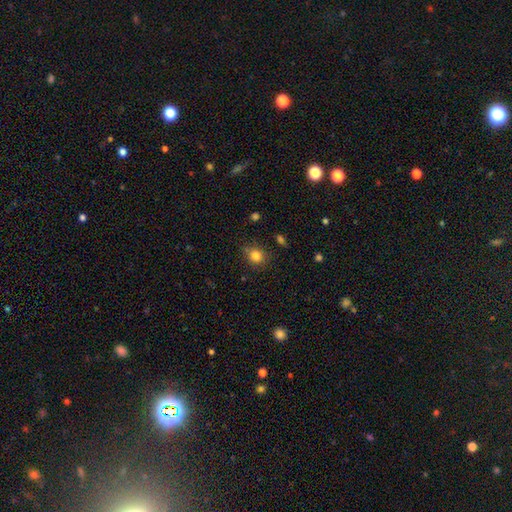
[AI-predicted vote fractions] Q: Smooth or featured?
A: smooth (82%); runner-up: star or artifact (11%)
Q: How rounded?
A: round (75%); runner-up: in between (24%)
Q: Merging?
A: none (77%); runner-up: minor disturbance (16%)